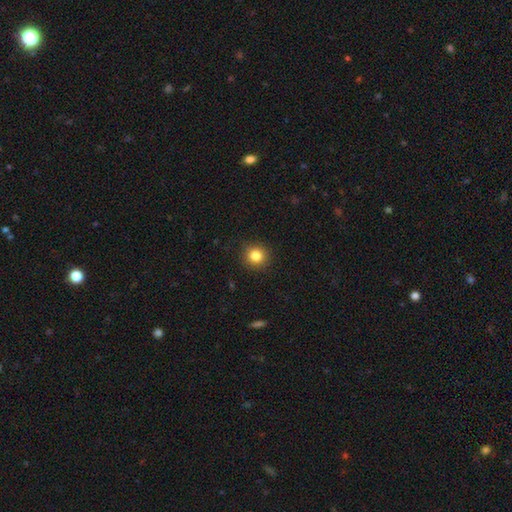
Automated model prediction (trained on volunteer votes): Q: Smooth or featured?
A: smooth (83%); runner-up: star or artifact (11%)
Q: How rounded?
A: round (91%); runner-up: in between (8%)
Q: Merging?
A: none (91%); runner-up: minor disturbance (6%)